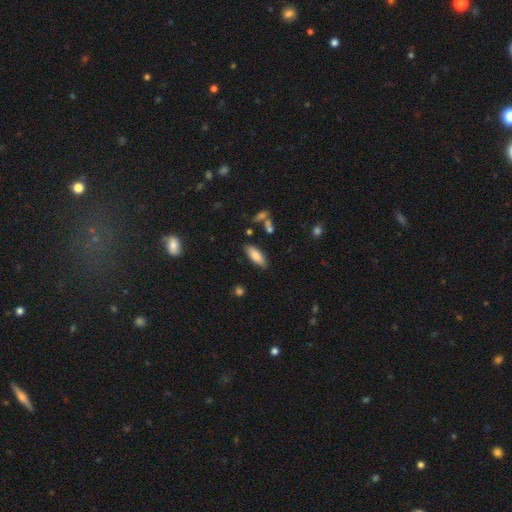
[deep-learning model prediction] A smooth galaxy with no disk features (83%) that is in between round and cigar-shaped (70%). Merging: none (84%).